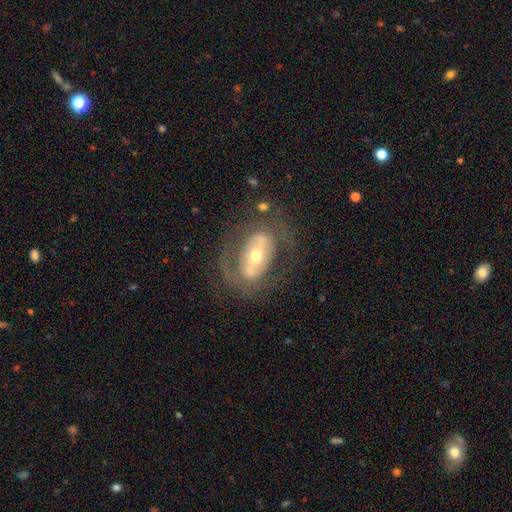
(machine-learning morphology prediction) A featured or disk galaxy (73%) with a strong bar (39%), no spiral arms (51%) and a moderate central bulge (50%). Merging: none (65%).